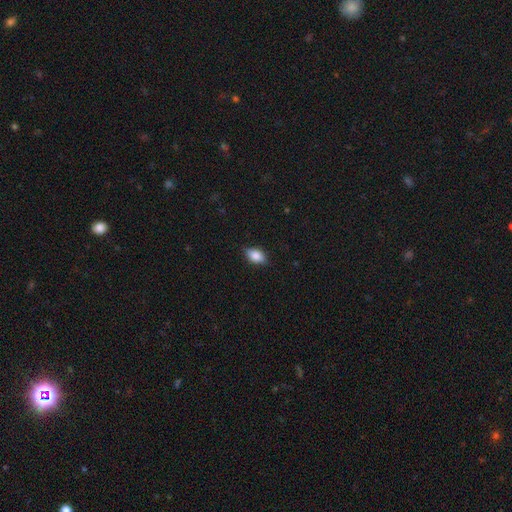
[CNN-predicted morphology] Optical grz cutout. It shows a smooth galaxy with no disk features (80%) that is in between round and cigar-shaped (87%). Merging: none (79%).